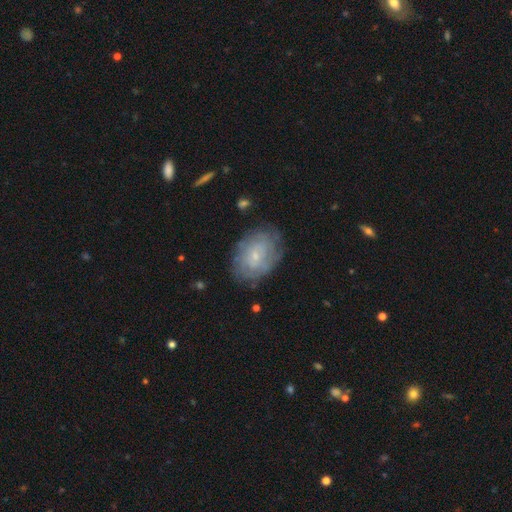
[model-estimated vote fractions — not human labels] smooth-or-featured: featured or disk: 55% | smooth: 37% | star or artifact: 8%
  disk-edge-on: no: 96% | yes: 4%
    bar: no: 72% | weak: 24% | strong: 4%
    has-spiral-arms: yes: 68% | no: 32%
    bulge-size: small: 78% | moderate: 17% | none: 3% | large: 1% | dominant: 1%
  merging: none: 75% | minor disturbance: 17% | major disturbance: 6% | merger: 1%